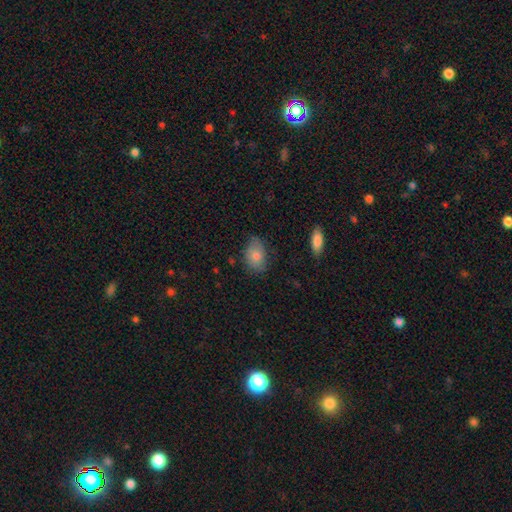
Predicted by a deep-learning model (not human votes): smooth_or_featured: smooth (p=0.78) [alt: featured or disk p=0.13]
how_rounded: in between (p=0.84) [alt: round p=0.15]
merging: none (p=0.73) [alt: minor disturbance p=0.21]